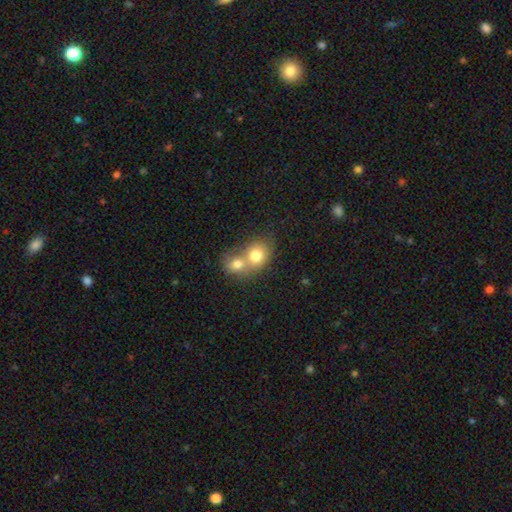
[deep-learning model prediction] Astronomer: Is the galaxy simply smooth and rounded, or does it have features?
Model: smooth — 76%.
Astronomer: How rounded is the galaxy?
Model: round — 60% (runner-up: in between, 39%).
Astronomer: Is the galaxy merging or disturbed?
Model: merger — 70%.